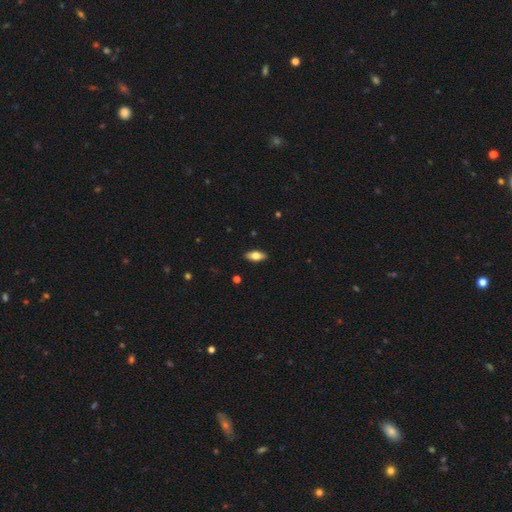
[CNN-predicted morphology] Q: Smooth or featured?
A: smooth (72%); runner-up: featured or disk (21%)
Q: How rounded?
A: in between (86%); runner-up: cigar-shaped (11%)
Q: Merging?
A: none (90%); runner-up: minor disturbance (8%)